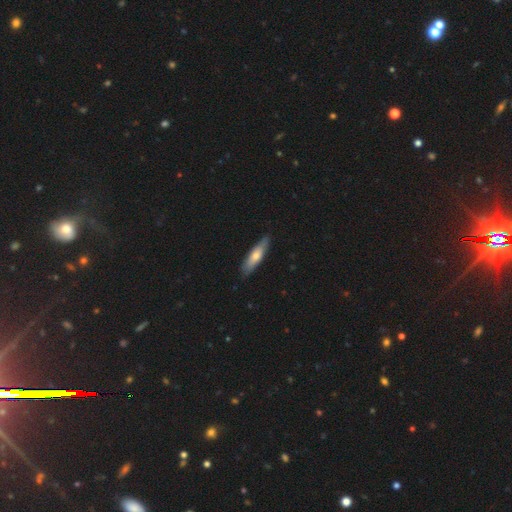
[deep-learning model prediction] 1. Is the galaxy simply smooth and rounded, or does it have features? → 62% smooth, 33% featured or disk, 5% star or artifact.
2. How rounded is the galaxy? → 69% cigar-shaped, 30% in between, 2% round.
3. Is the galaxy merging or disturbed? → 84% none, 13% minor disturbance, 2% major disturbance, 1% merger.